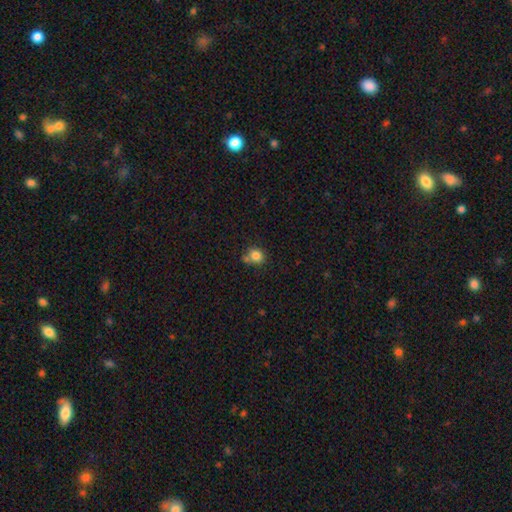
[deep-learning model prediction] A smooth galaxy with no disk features (81%) that is round (76%).

Vote fractions:
- Smooth or featured? smooth: 81% / star or artifact: 11% / featured or disk: 7%
- How rounded? round: 76% / in between: 23% / cigar-shaped: 1%
- Merging? none: 57% / merger: 21% / minor disturbance: 17% / major disturbance: 5%